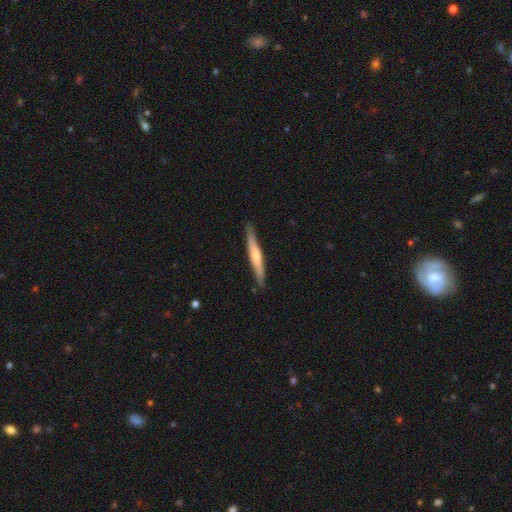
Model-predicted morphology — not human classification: Overall: smooth (49%; featured or disk 46%). Merging: none (88%).